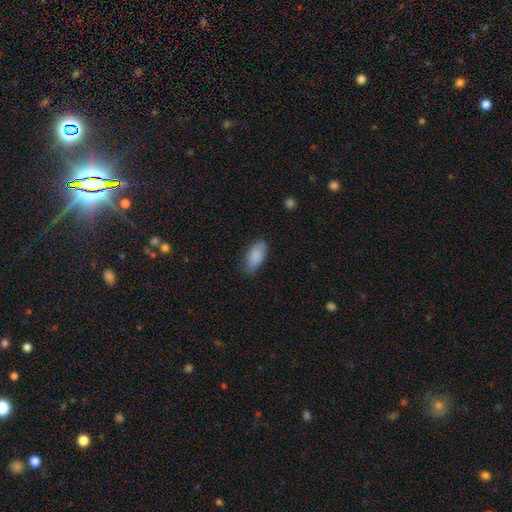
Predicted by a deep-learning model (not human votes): A smooth galaxy with no disk features (87%) that is in between round and cigar-shaped (86%).

Vote fractions:
- Smooth or featured? smooth: 87% / featured or disk: 7% / star or artifact: 6%
- How rounded? in between: 86% / cigar-shaped: 12% / round: 2%
- Merging? none: 77% / minor disturbance: 18% / major disturbance: 4% / merger: 1%